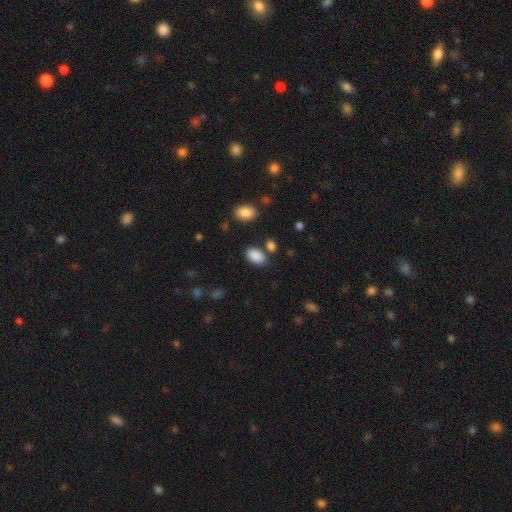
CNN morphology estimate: A smooth galaxy with no disk features (89%) that is in between round and cigar-shaped (92%). Merging: none (78%).